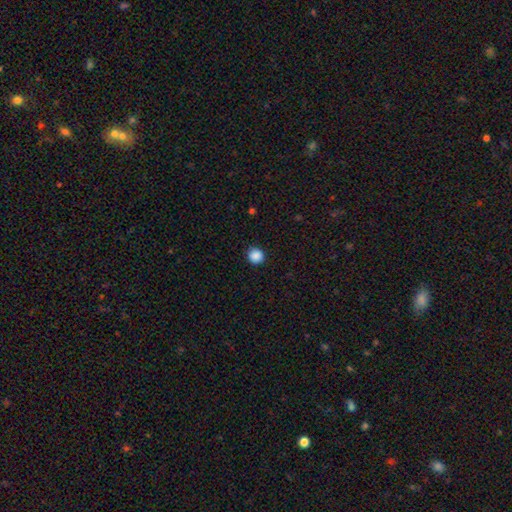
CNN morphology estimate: This is clearly a smooth galaxy (88%). How rounded: clearly round (94%). Merging: clearly none (92%).